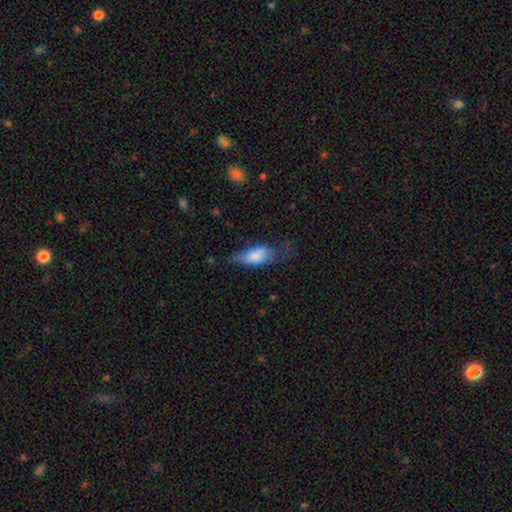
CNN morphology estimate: This is likely a smooth galaxy (74%). How rounded: clearly in between (80%). Merging: marginally none (38%).